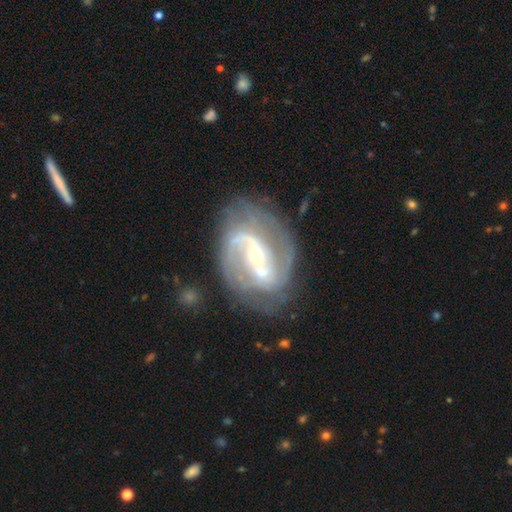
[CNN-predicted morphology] Overall: featured or disk (89%). Edge-on disk: no (97%). Bar: weak (40%; strong 32%). Spiral arms: yes (95%). Spiral arm count: 2 (79%). Spiral winding: medium (50%; tight 25%). Bulge size: small (49%; moderate 46%). Merging: none (63%).